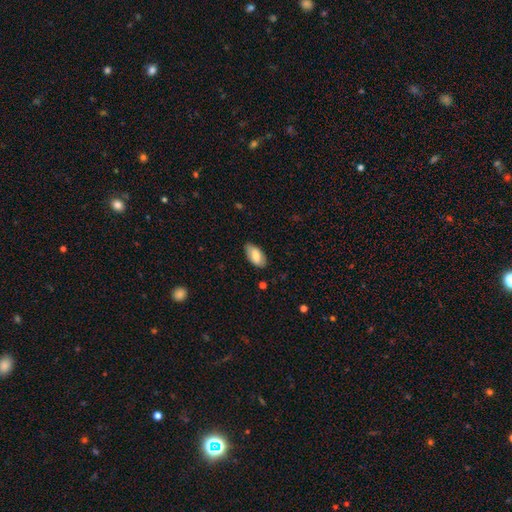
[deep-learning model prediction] This is likely a smooth galaxy (75%). How rounded: clearly in between (94%). Merging: clearly none (81%).